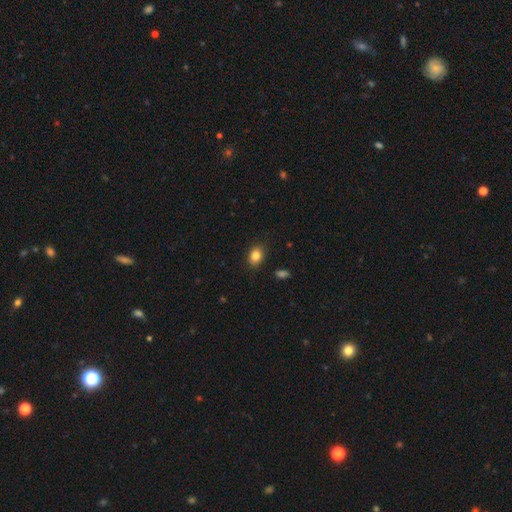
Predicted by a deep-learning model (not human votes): This is clearly a smooth galaxy (84%). How rounded: likely in between (66%). Merging: clearly none (87%).